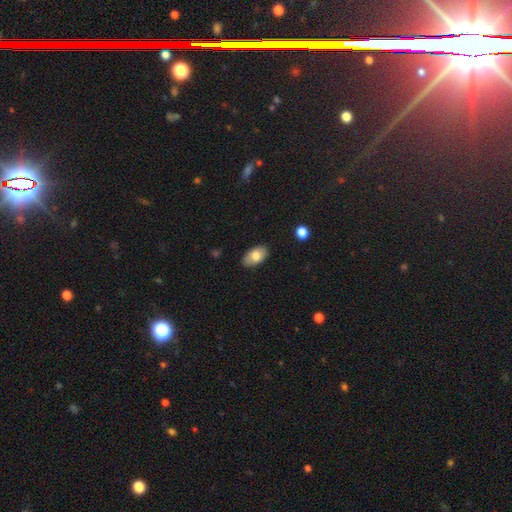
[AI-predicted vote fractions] Smooth or featured?
  - smooth: 79% *
  - featured or disk: 14%
  - star or artifact: 7%
How rounded?
  - in between: 93% *
  - round: 5%
  - cigar-shaped: 2%
Merging?
  - none: 86% *
  - minor disturbance: 11%
  - major disturbance: 2%
  - merger: 1%